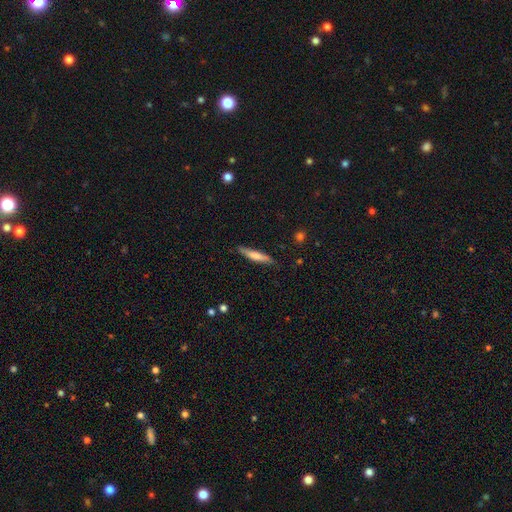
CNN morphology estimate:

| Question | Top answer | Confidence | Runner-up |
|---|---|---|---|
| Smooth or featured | smooth | 65% | featured or disk (29%) |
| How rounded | cigar-shaped | 90% | in between (9%) |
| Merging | none | 84% | minor disturbance (12%) |